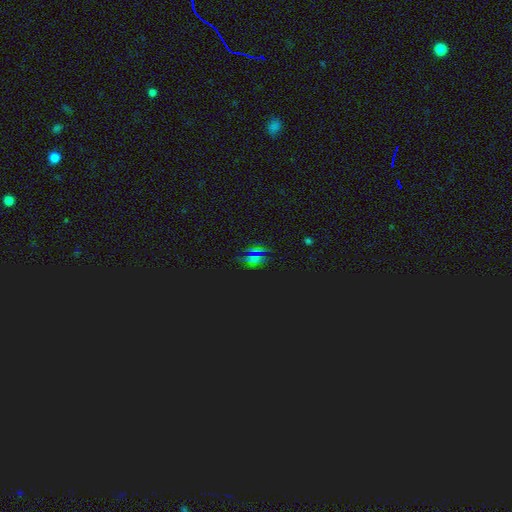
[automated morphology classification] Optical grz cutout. It shows a star or artifact, not a galaxy (62%).